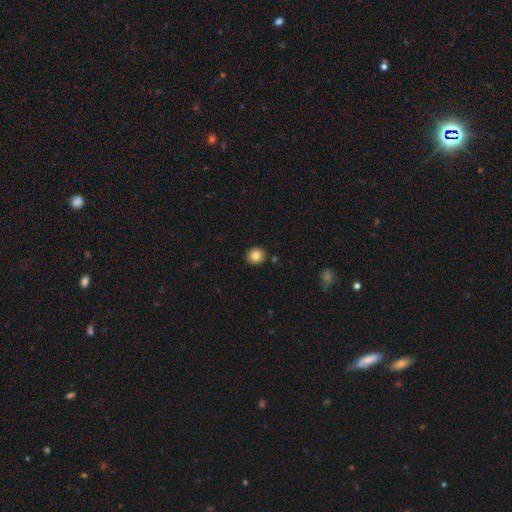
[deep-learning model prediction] Smooth or featured: smooth — 83% (star or artifact — 10%)
How rounded: round — 85% (in between — 14%)
Merging: none — 90% (minor disturbance — 7%)